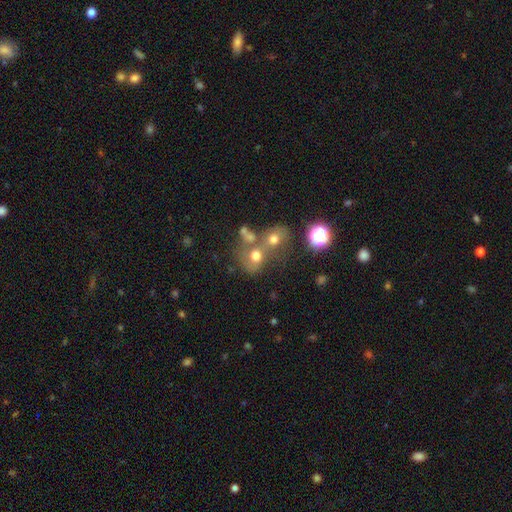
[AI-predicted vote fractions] smooth-or-featured: smooth: 62% | featured or disk: 19% | star or artifact: 19%
  how-rounded: round: 66% | in between: 32% | cigar-shaped: 1%
  merging: merger: 51% | none: 31% | minor disturbance: 9% | major disturbance: 8%